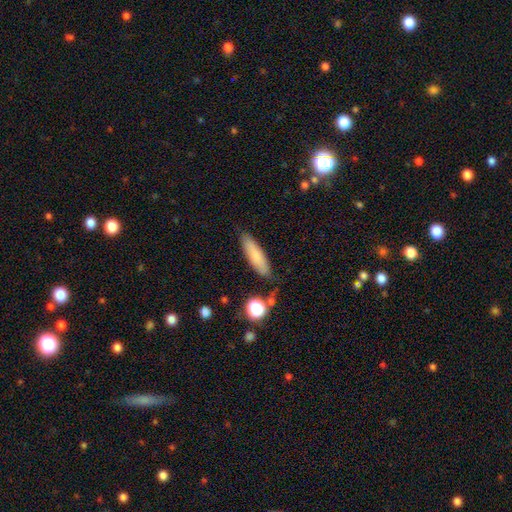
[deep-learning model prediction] The model was most divided on "how rounded": cigar-shaped: 65%, in between: 33%, round: 2%. More confident: merging — none (80%); smooth or featured — smooth (80%).